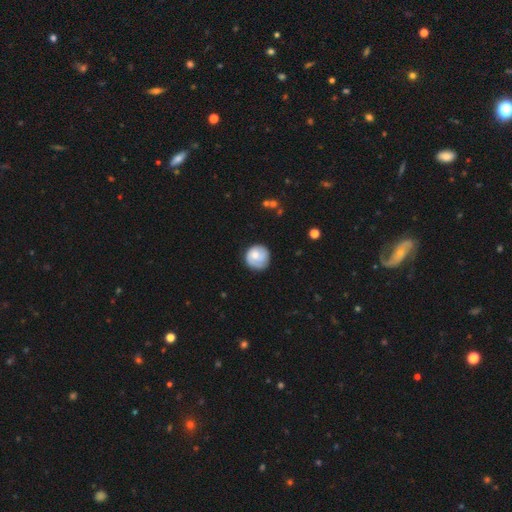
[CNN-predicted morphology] The model was most divided on "smooth or featured": smooth: 63%, featured or disk: 30%, star or artifact: 7%. More confident: how rounded — round (91%); merging — none (75%).